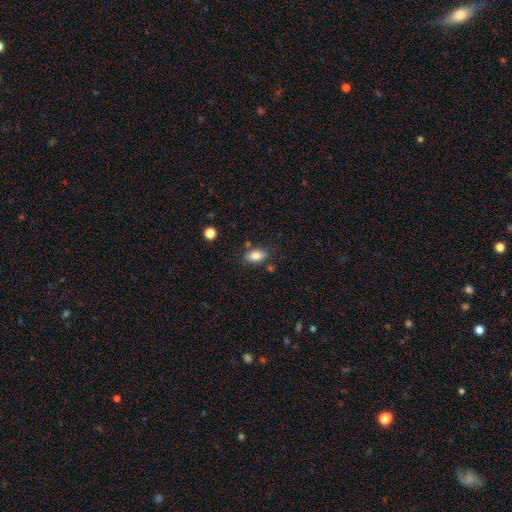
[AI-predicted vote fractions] Overall: smooth (83%). How rounded: in between (90%). Merging: none (79%).